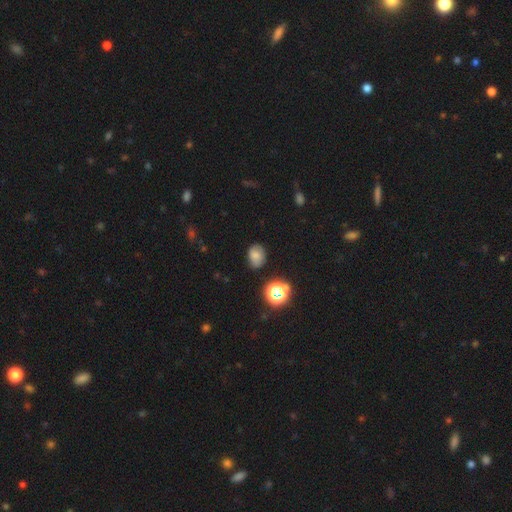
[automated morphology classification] smooth-or-featured: smooth: 75% | star or artifact: 15% | featured or disk: 10%
  how-rounded: in between: 56% | round: 43% | cigar-shaped: 1%
  merging: none: 76% | minor disturbance: 17% | major disturbance: 4% | merger: 2%